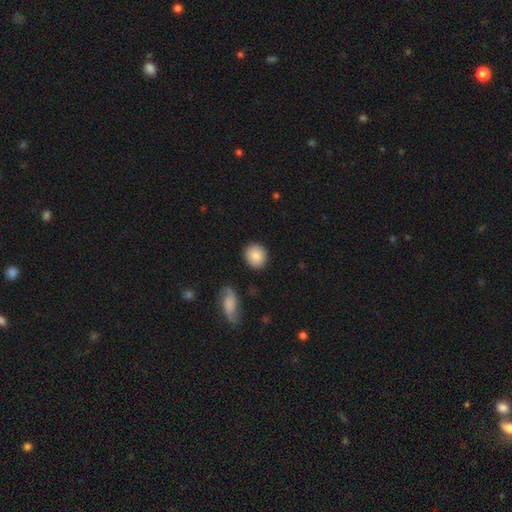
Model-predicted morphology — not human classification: Q: Smooth or featured?
A: smooth (86%); runner-up: featured or disk (7%)
Q: How rounded?
A: round (80%); runner-up: in between (19%)
Q: Merging?
A: none (88%); runner-up: minor disturbance (8%)